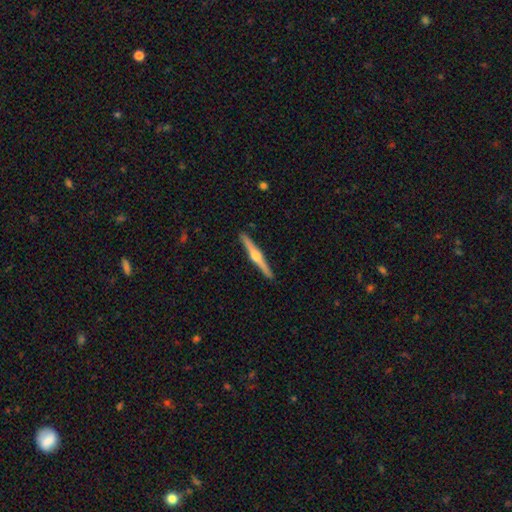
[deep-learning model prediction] A featured or disk galaxy (76%) viewed edge-on (98%) with a rounded central bulge (93%).

Vote fractions:
- Smooth or featured? featured or disk: 76% / smooth: 19% / star or artifact: 5%
- Edge-on disk? yes: 98% / no: 2%
- Edge-on bulge? rounded: 93% / boxy: 3% / none: 3%
- Merging? none: 92% / minor disturbance: 6% / major disturbance: 1% / merger: 1%